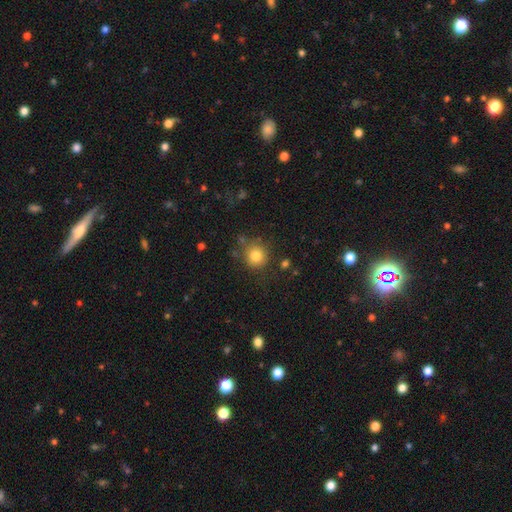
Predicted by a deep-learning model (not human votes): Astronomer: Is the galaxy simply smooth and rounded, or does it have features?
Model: smooth — 82%.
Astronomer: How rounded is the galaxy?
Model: round — 91%.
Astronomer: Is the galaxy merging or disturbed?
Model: none — 77%.